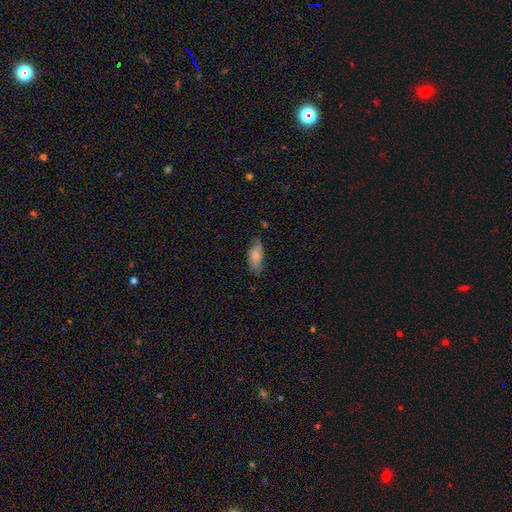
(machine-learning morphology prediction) Smooth or featured? Predicted: smooth (p=0.82). How rounded? Predicted: in between (p=0.80). Merging? Predicted: none (p=0.67).